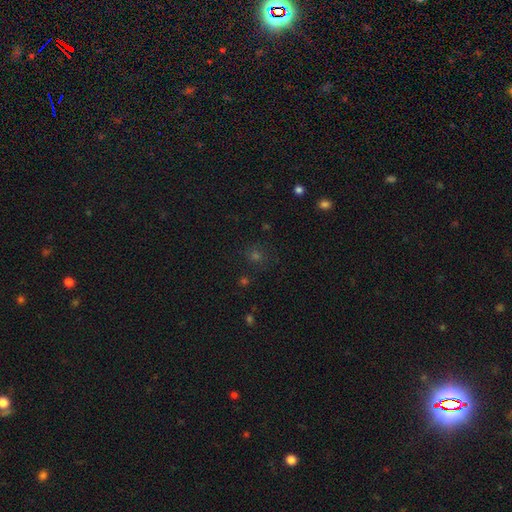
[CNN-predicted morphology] Smooth or featured: smooth — 46% (star or artifact — 45%)
Merging: none — 84% (minor disturbance — 9%)